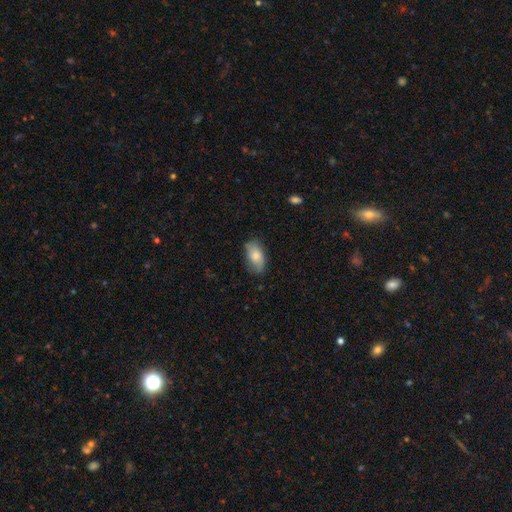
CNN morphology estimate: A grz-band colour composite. It shows a smooth galaxy with no disk features (71%) that is in between round and cigar-shaped (92%). Merging: none (67%).